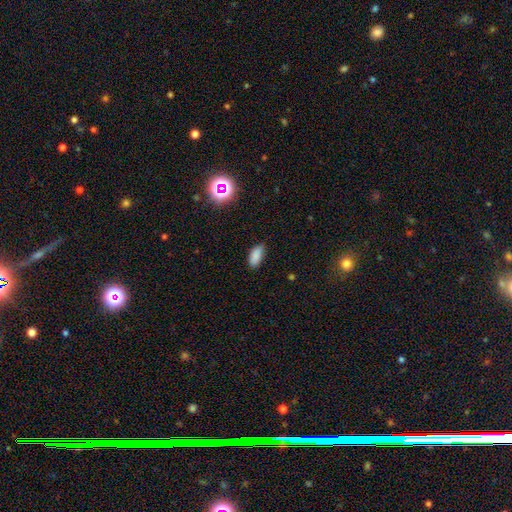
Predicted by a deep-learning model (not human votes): smooth-or-featured: smooth: 85% | star or artifact: 10% | featured or disk: 4%
  how-rounded: in between: 87% | cigar-shaped: 10% | round: 3%
  merging: none: 78% | minor disturbance: 17% | major disturbance: 3% | merger: 1%